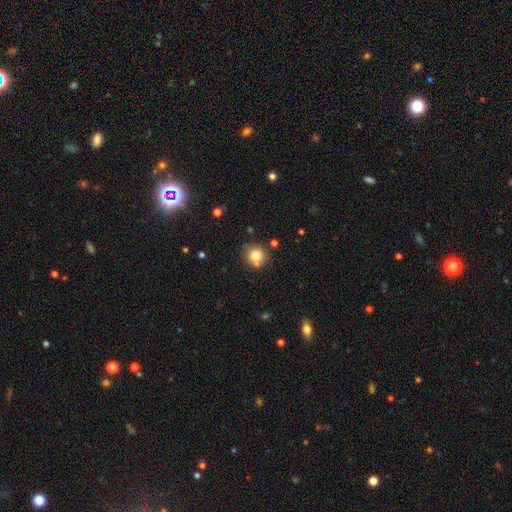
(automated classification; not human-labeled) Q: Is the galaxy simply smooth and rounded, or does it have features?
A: smooth — 78%.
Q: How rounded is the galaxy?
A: round — 92%.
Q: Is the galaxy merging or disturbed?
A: none — 75%.